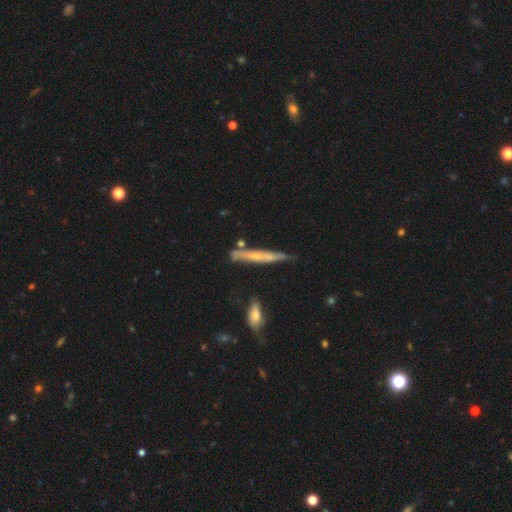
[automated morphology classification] The model was most divided on "edge-on bulge": rounded: 50%, none: 44%, boxy: 6%. More confident: edge-on disk — yes (90%); merging — none (71%); smooth or featured — featured or disk (58%).